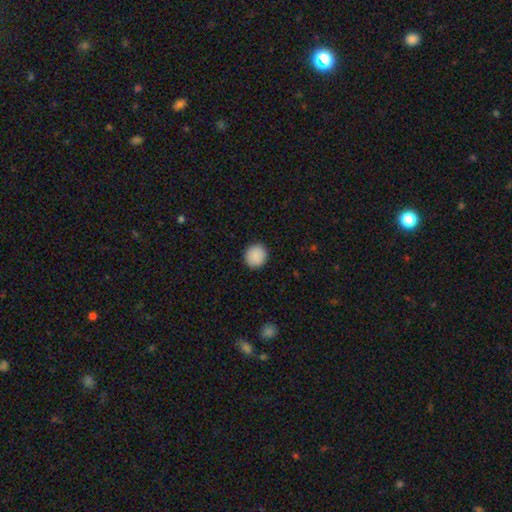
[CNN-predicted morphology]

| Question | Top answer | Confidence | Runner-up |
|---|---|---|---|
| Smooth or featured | smooth | 90% | star or artifact (8%) |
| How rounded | round | 90% | in between (9%) |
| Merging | none | 92% | minor disturbance (5%) |